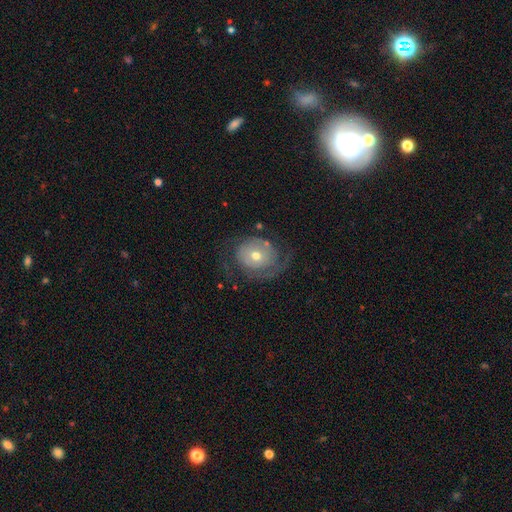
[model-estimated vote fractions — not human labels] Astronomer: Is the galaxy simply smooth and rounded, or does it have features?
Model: featured or disk — 64%.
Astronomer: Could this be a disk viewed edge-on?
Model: no — 97%.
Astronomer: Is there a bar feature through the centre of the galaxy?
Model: no — 82%.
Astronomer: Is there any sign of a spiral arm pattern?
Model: yes — 73%.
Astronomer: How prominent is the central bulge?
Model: moderate — 60%.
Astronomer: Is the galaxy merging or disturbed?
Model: none — 54%.